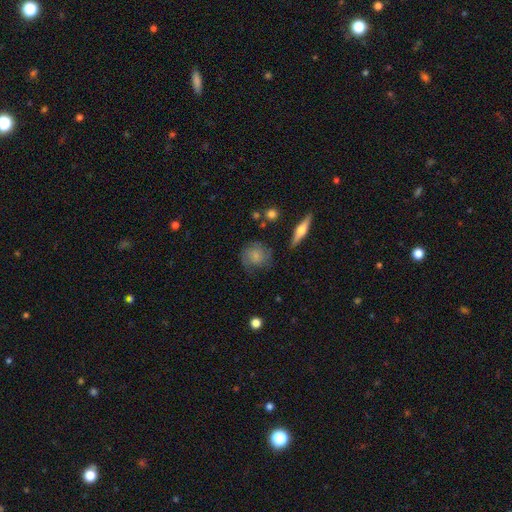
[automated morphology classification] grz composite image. It shows a smooth galaxy with no disk features (58%) that is round (81%). Merging: none (67%).